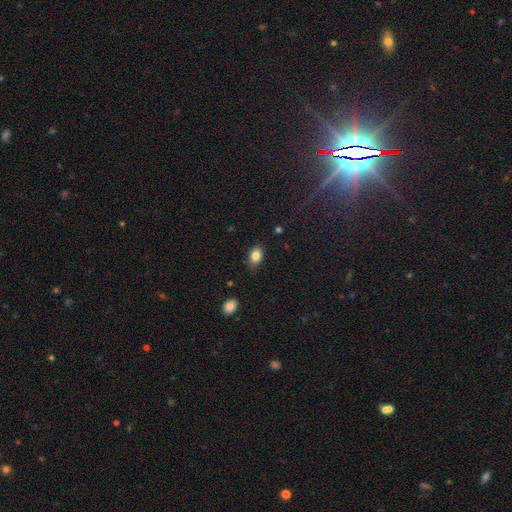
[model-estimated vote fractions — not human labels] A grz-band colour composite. It shows a smooth galaxy with no disk features (84%) that is in between round and cigar-shaped (83%). Merging: none (81%).